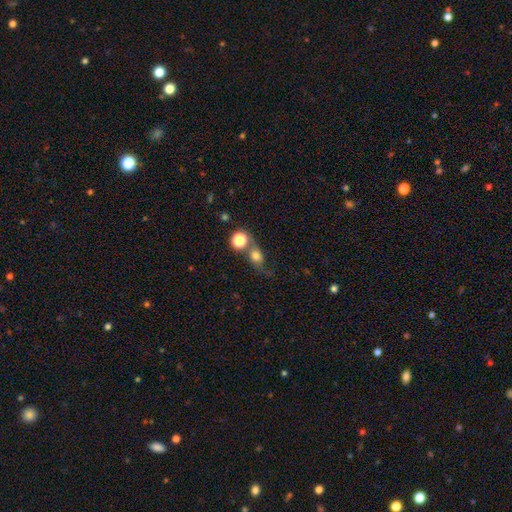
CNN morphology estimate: A smooth galaxy with no disk features (67%) that is round (62%).

Vote fractions:
- Smooth or featured? smooth: 67% / featured or disk: 20% / star or artifact: 13%
- How rounded? round: 62% / in between: 36% / cigar-shaped: 3%
- Merging? none: 39% / merger: 35% / minor disturbance: 14% / major disturbance: 12%